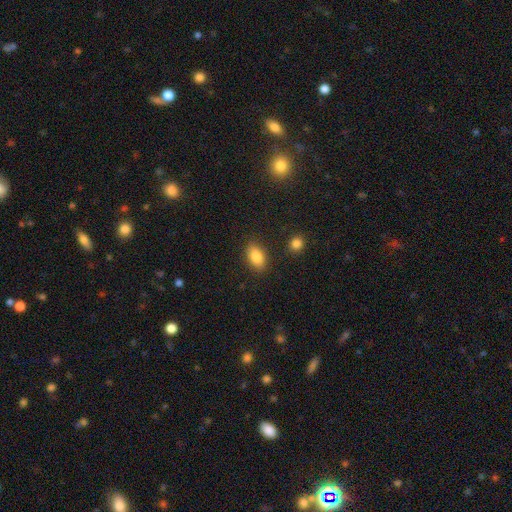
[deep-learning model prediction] This is clearly a smooth galaxy (85%). How rounded: clearly in between (89%). Merging: clearly none (85%).